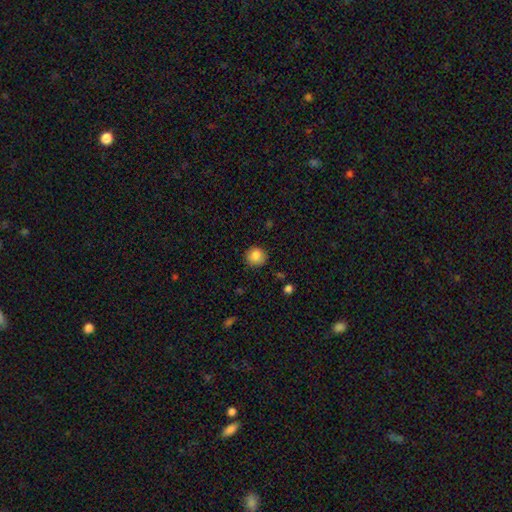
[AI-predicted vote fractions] Smooth or featured? smooth (85%)
How rounded? round (91%)
Merging? none (85%)